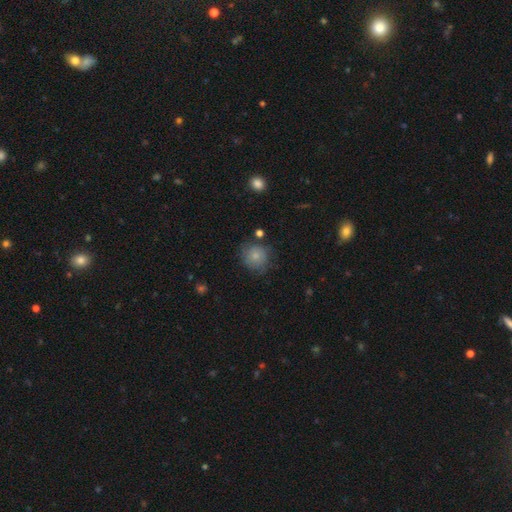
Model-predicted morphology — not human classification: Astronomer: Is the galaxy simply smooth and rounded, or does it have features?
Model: smooth — 74%.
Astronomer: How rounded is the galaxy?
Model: round — 86%.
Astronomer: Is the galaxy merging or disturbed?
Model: none — 66%.